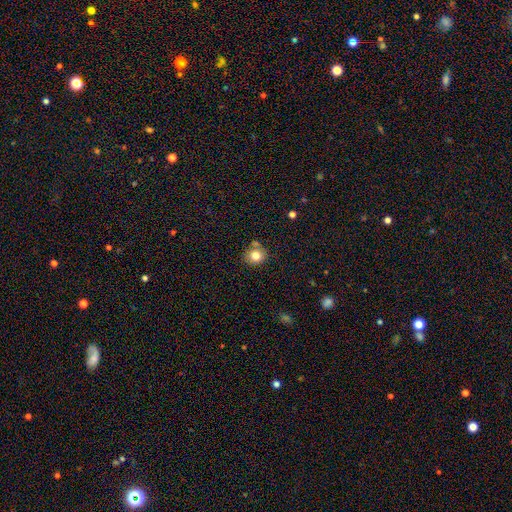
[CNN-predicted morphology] This is likely a smooth galaxy (80%). How rounded: clearly round (84%). Merging: likely none (74%).